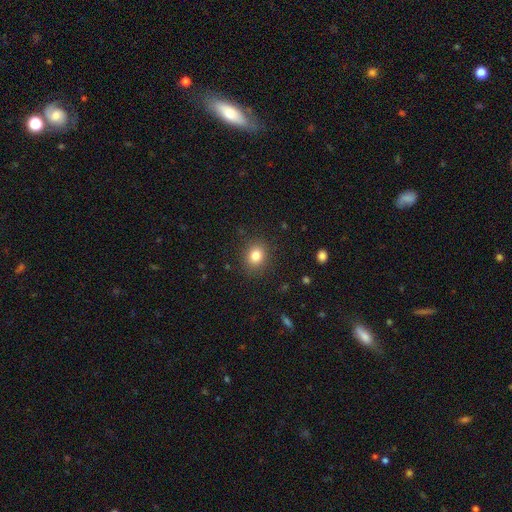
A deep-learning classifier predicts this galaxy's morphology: smooth 82%, star or artifact 11%, featured or disk 7%. Down the decision tree: how rounded — round (65%); merging — none (87%).